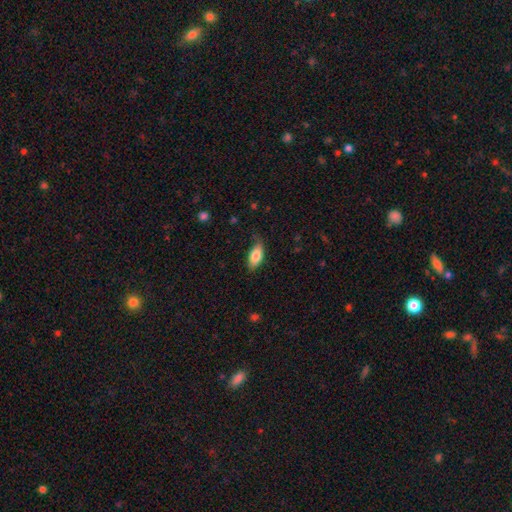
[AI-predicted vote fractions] This is clearly a smooth galaxy (83%). How rounded: clearly in between (89%). Merging: likely none (67%).